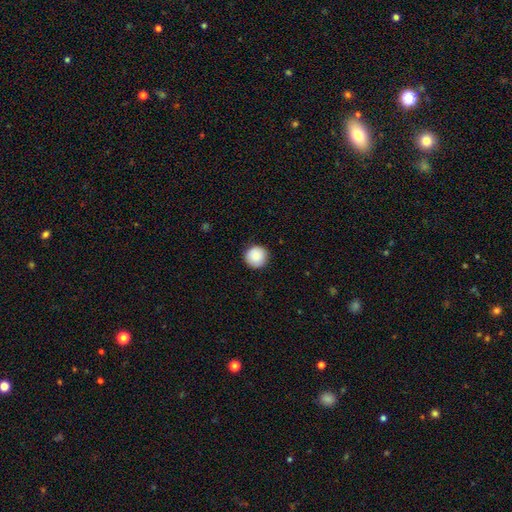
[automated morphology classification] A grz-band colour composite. It shows a smooth galaxy with no disk features (88%) that is round (96%). Merging: none (91%).